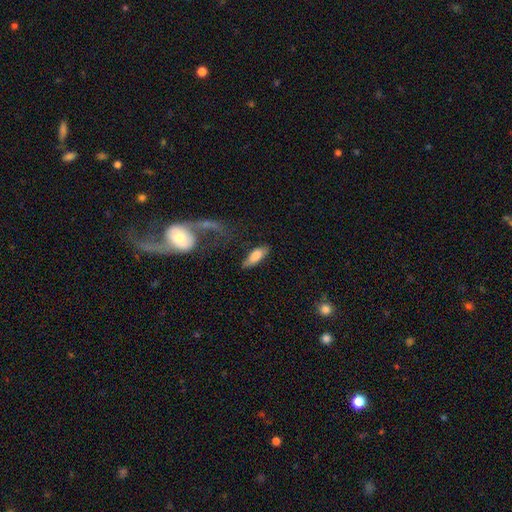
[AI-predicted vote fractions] Smooth or featured? smooth (78%)
How rounded? in between (71%)
Merging? none (66%)